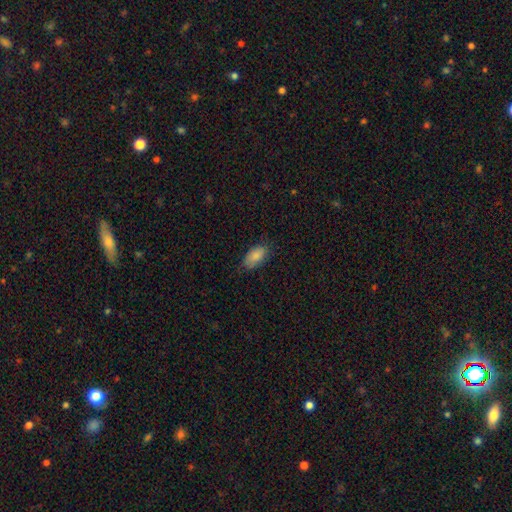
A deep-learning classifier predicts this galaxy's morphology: Smooth or featured?
  - smooth: 87% *
  - star or artifact: 7%
  - featured or disk: 6%
How rounded?
  - in between: 93% *
  - cigar-shaped: 4%
  - round: 3%
Merging?
  - none: 74% *
  - minor disturbance: 21%
  - major disturbance: 4%
  - merger: 1%